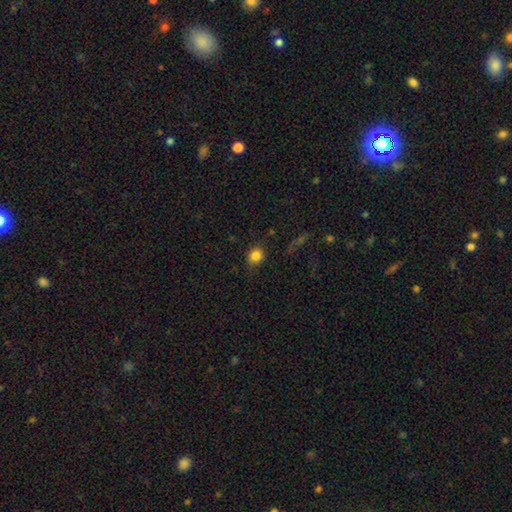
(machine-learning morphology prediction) Q: Smooth or featured?
A: smooth (83%); runner-up: star or artifact (11%)
Q: How rounded?
A: round (74%); runner-up: in between (25%)
Q: Merging?
A: none (81%); runner-up: minor disturbance (13%)